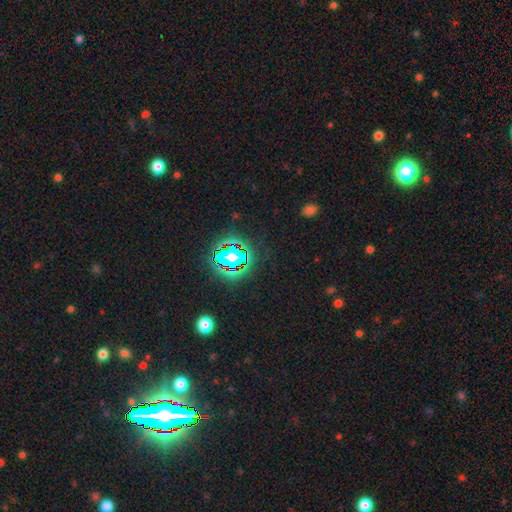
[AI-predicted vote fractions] This is clearly a star or artifact rather than a galaxy (84%).